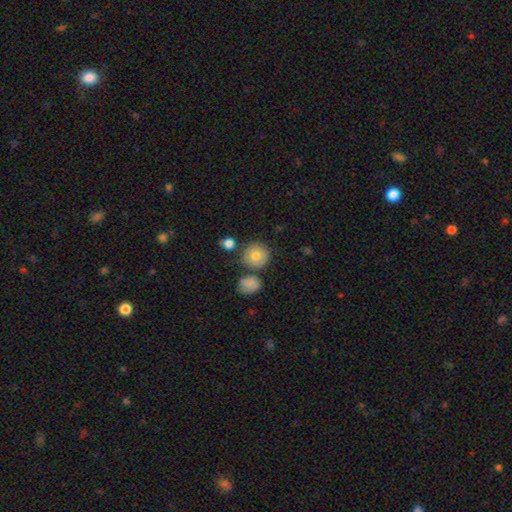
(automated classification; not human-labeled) Smooth or featured?
  - smooth: 78% *
  - featured or disk: 13%
  - star or artifact: 9%
How rounded?
  - round: 89% *
  - in between: 10%
  - cigar-shaped: 1%
Merging?
  - none: 72% *
  - minor disturbance: 13%
  - merger: 11%
  - major disturbance: 4%